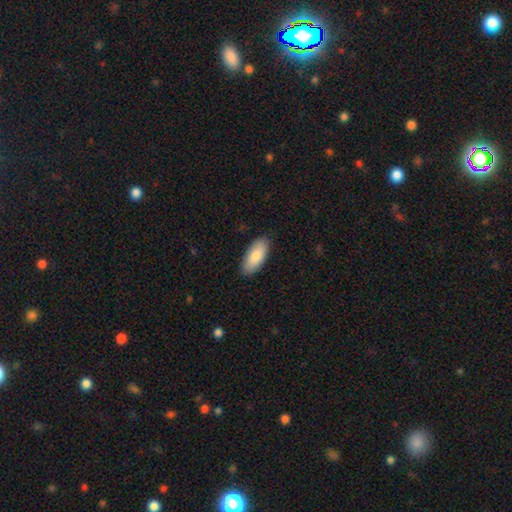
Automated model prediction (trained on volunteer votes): smooth 83%, featured or disk 12%, star or artifact 5%. Down the decision tree: how rounded — in between (88%); merging — none (87%).